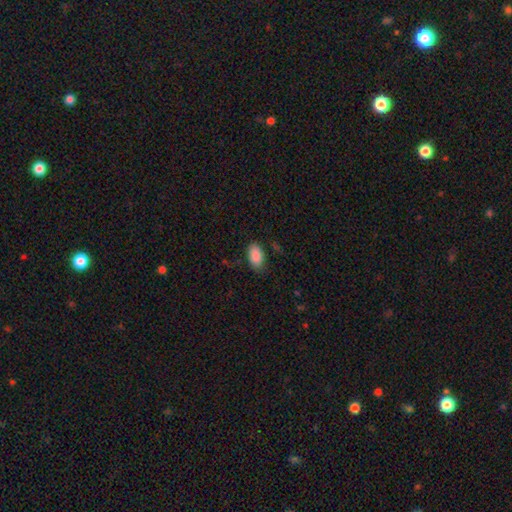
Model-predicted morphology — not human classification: Overall: smooth (88%). How rounded: in between (94%). Merging: none (81%).